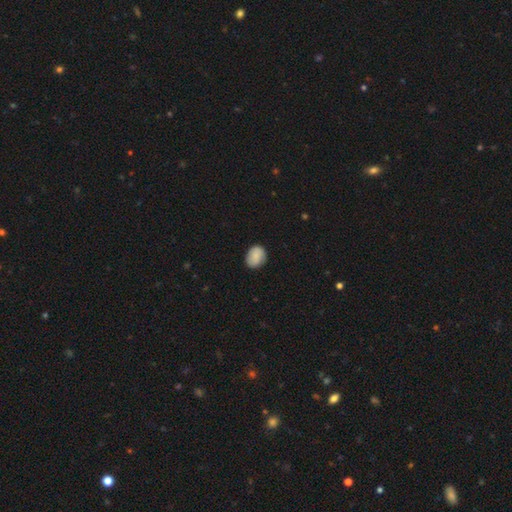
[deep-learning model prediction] smooth-or-featured: smooth: 83% | featured or disk: 10% | star or artifact: 7%
  how-rounded: round: 52% | in between: 47% | cigar-shaped: 1%
  merging: none: 81% | minor disturbance: 15% | major disturbance: 3% | merger: 1%